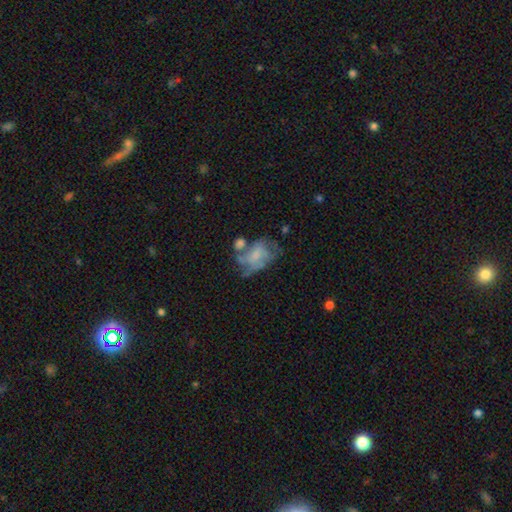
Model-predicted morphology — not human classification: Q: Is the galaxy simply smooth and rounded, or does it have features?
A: featured or disk — 52%.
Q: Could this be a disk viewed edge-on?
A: no — 97%.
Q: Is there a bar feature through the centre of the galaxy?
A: no — 75%.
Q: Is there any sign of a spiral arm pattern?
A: no — 59%.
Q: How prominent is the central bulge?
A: small — 35%.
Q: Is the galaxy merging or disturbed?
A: major disturbance — 30%.